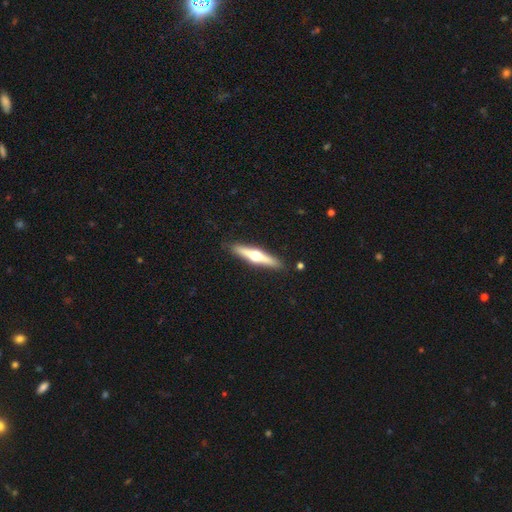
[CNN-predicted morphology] Overall: featured or disk (68%). Edge-on disk: yes (97%). Edge-on bulge: rounded (96%). Merging: none (90%).